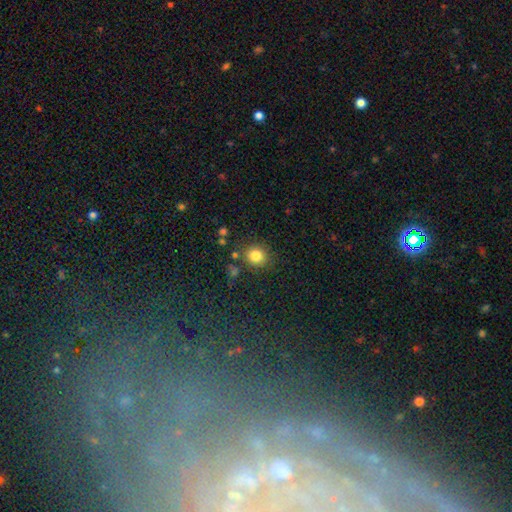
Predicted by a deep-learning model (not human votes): Morphology: type=smooth (82%); roundness=round (83%); merging=none (81%).